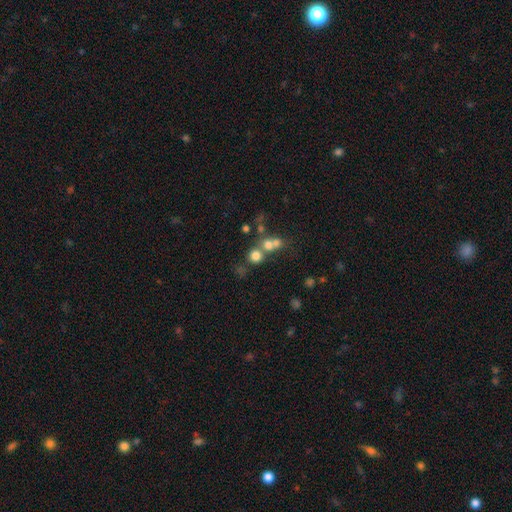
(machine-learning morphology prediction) A smooth galaxy with no disk features (69%) that is round (88%).

Vote fractions:
- Smooth or featured? smooth: 69% / star or artifact: 17% / featured or disk: 14%
- How rounded? round: 88% / in between: 11% / cigar-shaped: 1%
- Merging? none: 46% / merger: 44% / minor disturbance: 6% / major disturbance: 4%